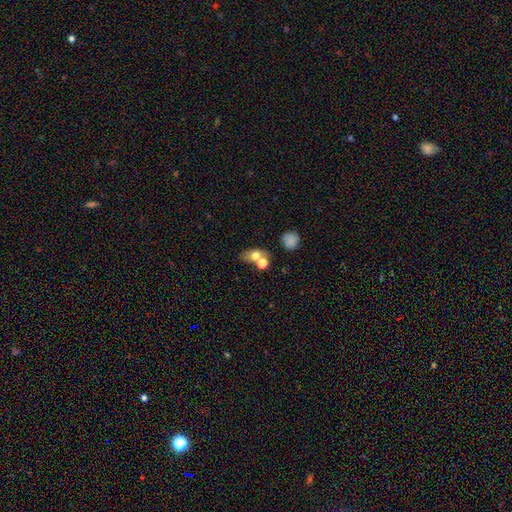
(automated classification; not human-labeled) smooth_or_featured: smooth (p=0.69) [alt: featured or disk p=0.19]
how_rounded: in between (p=0.65) [alt: round p=0.30]
merging: none (p=0.47) [alt: merger p=0.37]